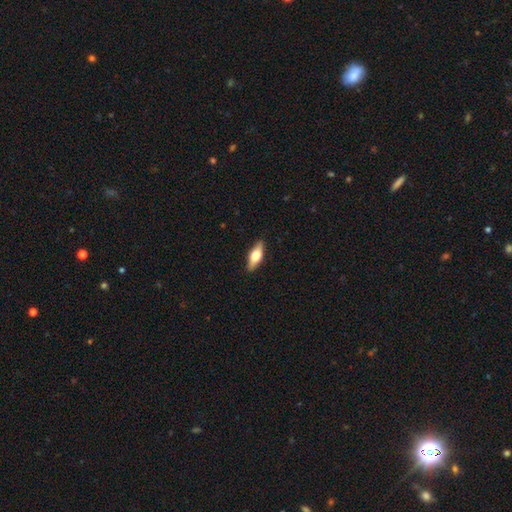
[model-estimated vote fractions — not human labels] Q: Smooth or featured?
A: smooth (56%); runner-up: featured or disk (38%)
Q: How rounded?
A: in between (68%); runner-up: cigar-shaped (28%)
Q: Merging?
A: none (88%); runner-up: minor disturbance (9%)